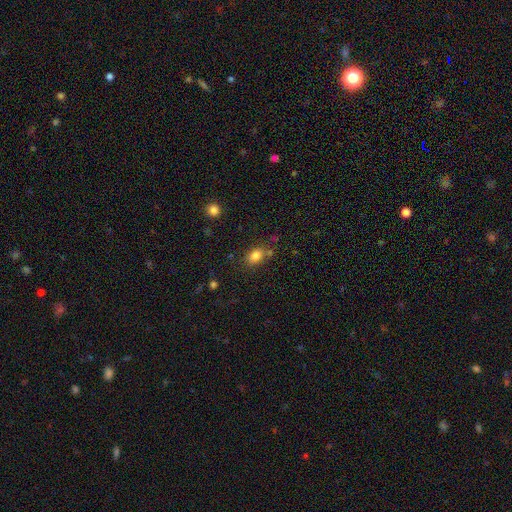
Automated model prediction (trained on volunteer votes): smooth-or-featured: smooth: 82% | star or artifact: 11% | featured or disk: 7%
  how-rounded: in between: 68% | round: 31% | cigar-shaped: 1%
  merging: none: 72% | minor disturbance: 15% | merger: 9% | major disturbance: 4%